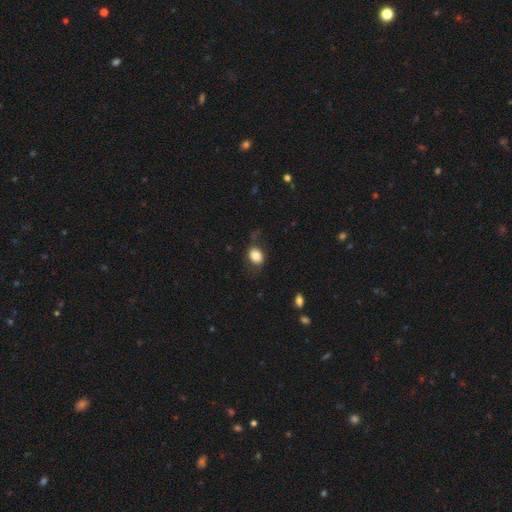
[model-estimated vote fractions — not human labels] Smooth or featured? Predicted: smooth (p=0.80). How rounded? Predicted: in between (p=0.63). Merging? Predicted: none (p=0.64).